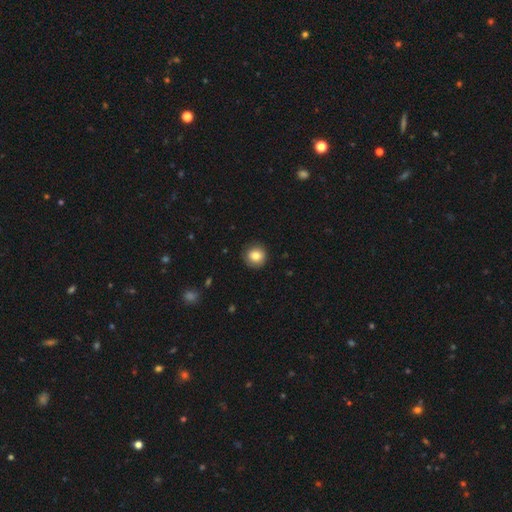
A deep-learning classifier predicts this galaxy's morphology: Smooth or featured?
  - smooth: 83% *
  - star or artifact: 9%
  - featured or disk: 8%
How rounded?
  - round: 93% *
  - in between: 6%
  - cigar-shaped: 1%
Merging?
  - none: 87% *
  - minor disturbance: 9%
  - major disturbance: 2%
  - merger: 1%